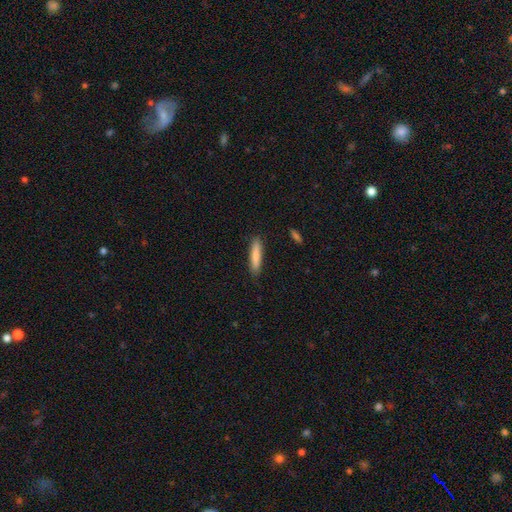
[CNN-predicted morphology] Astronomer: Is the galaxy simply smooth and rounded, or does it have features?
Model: smooth — 82%.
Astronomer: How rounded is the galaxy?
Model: cigar-shaped — 86%.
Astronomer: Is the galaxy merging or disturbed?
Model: none — 86%.